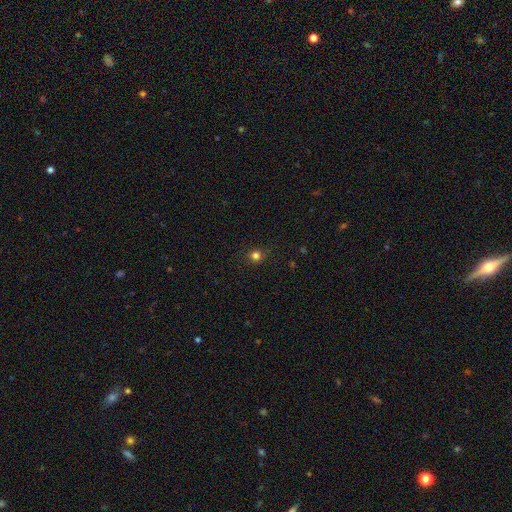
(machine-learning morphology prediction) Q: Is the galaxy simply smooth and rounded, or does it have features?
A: smooth — 79%.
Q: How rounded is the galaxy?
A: round — 92%.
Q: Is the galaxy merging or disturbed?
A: none — 90%.